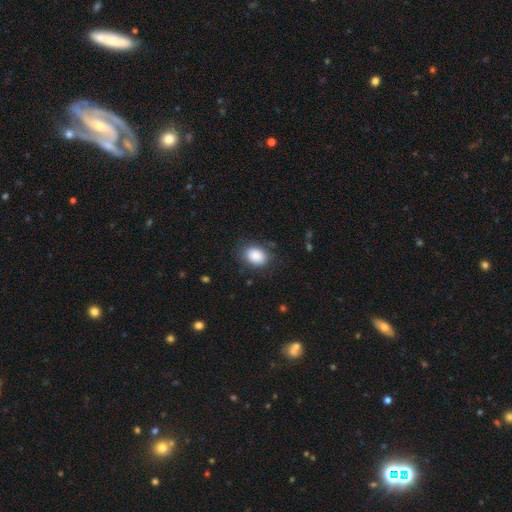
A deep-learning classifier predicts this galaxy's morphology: Smooth or featured? Predicted: smooth (p=0.87). How rounded? Predicted: in between (p=0.72). Merging? Predicted: none (p=0.78).